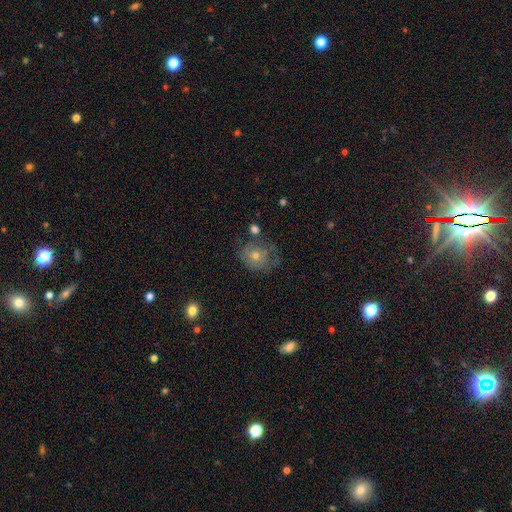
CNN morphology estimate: Smooth or featured?
  - smooth: 47% *
  - featured or disk: 37%
  - star or artifact: 16%
Merging?
  - none: 60% *
  - minor disturbance: 23%
  - major disturbance: 13%
  - merger: 4%